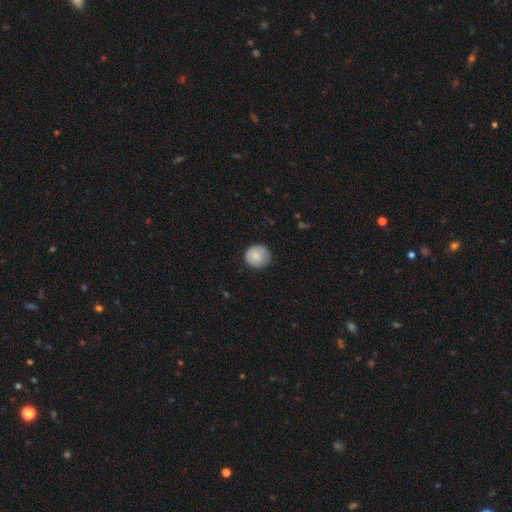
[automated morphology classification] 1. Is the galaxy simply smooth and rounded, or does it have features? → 84% smooth, 9% featured or disk, 7% star or artifact.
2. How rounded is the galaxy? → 90% round, 9% in between, 1% cigar-shaped.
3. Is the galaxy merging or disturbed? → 83% none, 13% minor disturbance, 2% major disturbance, 1% merger.